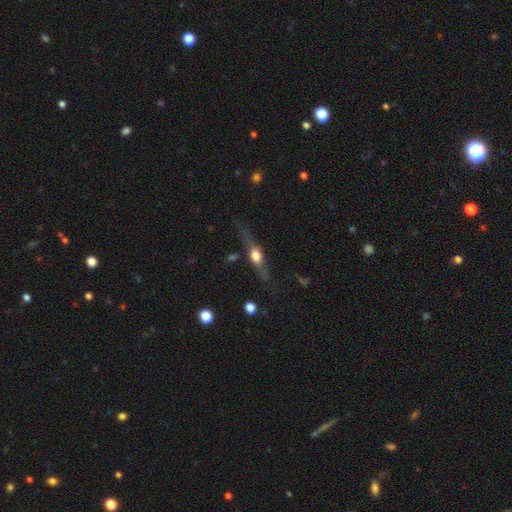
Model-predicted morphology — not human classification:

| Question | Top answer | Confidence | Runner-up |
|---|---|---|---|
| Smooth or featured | featured or disk | 65% | smooth (28%) |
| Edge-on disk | yes | 91% | no (9%) |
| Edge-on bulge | rounded | 92% | boxy (5%) |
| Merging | none | 73% | minor disturbance (17%) |